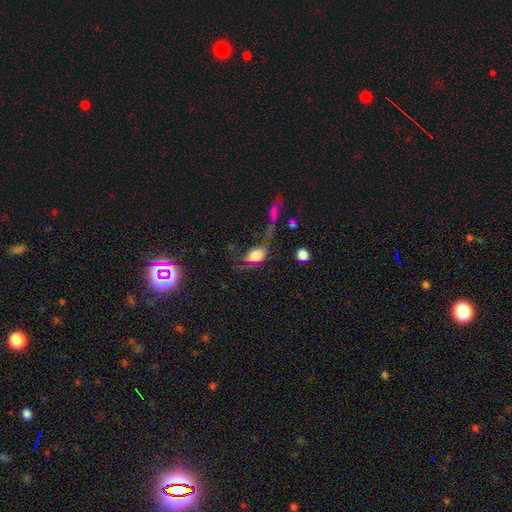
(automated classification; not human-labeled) A smooth galaxy with no disk features (65%) that is in between round and cigar-shaped (78%). Merging: major disturbance (41%).